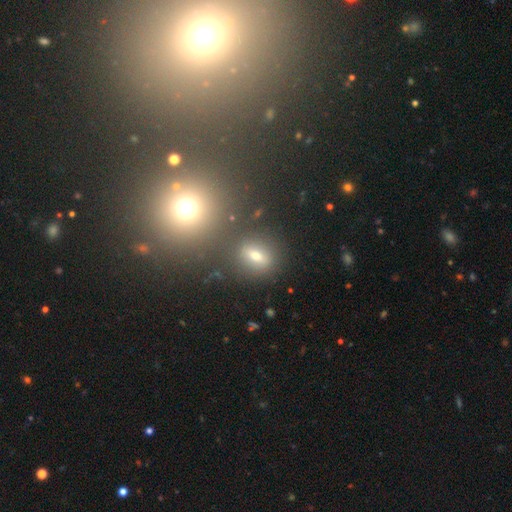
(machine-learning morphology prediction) This appears to be a smooth galaxy with no disk features (51%) that is round (65%). Merging: none (76%).